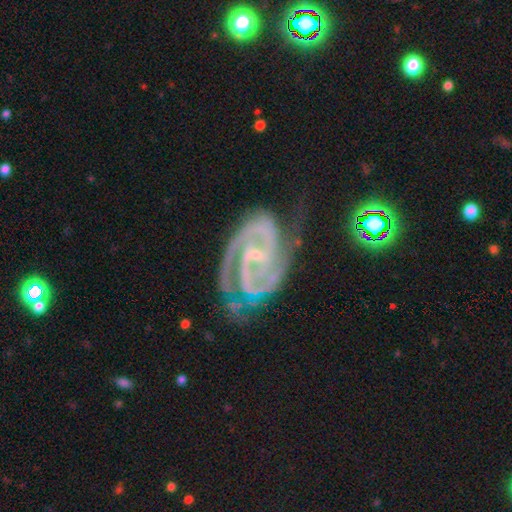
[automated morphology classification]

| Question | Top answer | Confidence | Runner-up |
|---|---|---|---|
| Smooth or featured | featured or disk | 92% | star or artifact (5%) |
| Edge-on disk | no | 97% | yes (3%) |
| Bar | weak | 43% | strong (32%) |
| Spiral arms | yes | 99% | no (1%) |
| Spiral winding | tight | 47% | medium (46%) |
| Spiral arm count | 2 | 80% | 3 (9%) |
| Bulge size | small | 78% | moderate (12%) |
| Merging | none | 60% | minor disturbance (24%) |